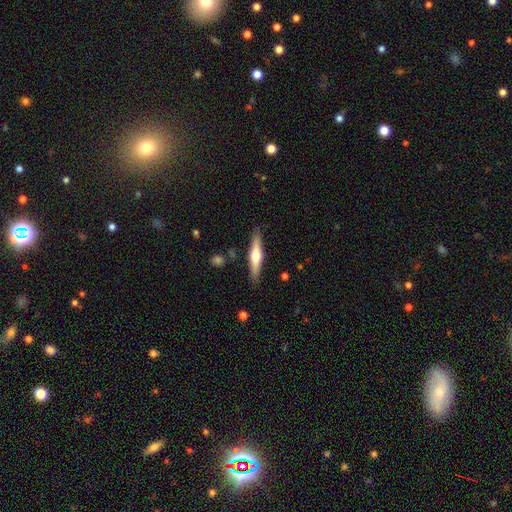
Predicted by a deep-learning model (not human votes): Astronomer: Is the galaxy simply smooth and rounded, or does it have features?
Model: featured or disk — 59% (runner-up: smooth, 36%).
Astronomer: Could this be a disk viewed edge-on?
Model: yes — 96%.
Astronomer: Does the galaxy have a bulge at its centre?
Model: rounded — 92%.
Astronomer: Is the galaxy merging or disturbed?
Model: none — 88%.